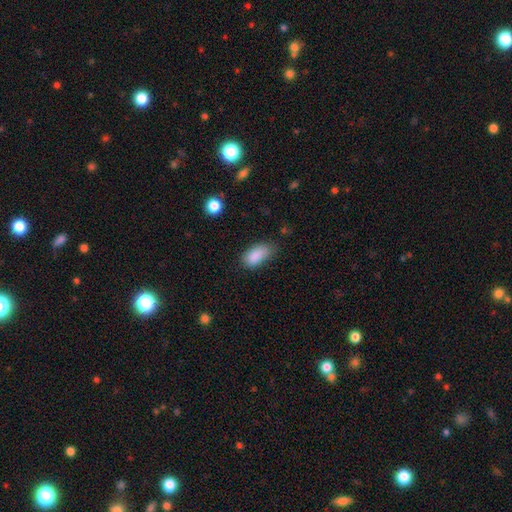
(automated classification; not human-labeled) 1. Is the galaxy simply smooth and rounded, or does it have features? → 87% smooth, 8% star or artifact, 5% featured or disk.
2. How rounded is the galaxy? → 91% in between, 4% cigar-shaped, 4% round.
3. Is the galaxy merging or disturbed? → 59% none, 31% minor disturbance, 7% major disturbance, 2% merger.